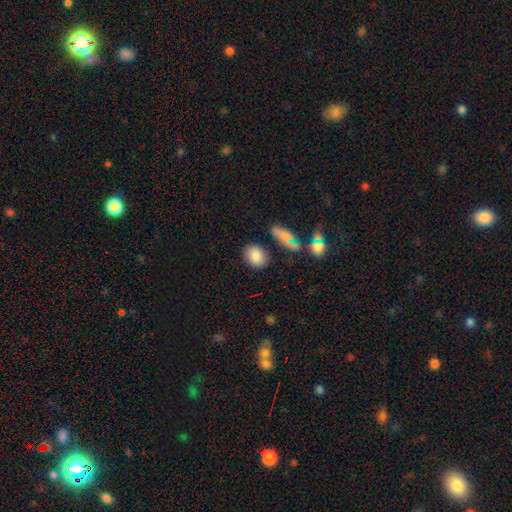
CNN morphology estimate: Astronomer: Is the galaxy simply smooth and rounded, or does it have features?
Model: smooth — 85%.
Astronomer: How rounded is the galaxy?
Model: in between — 59% (runner-up: round, 39%).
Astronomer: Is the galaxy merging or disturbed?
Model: none — 78%.